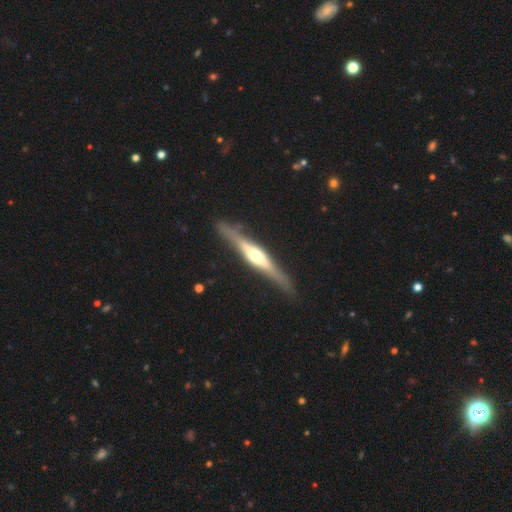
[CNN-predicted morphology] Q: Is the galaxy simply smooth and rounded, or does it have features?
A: featured or disk — 76%.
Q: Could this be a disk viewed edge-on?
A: yes — 96%.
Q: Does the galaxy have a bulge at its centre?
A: rounded — 84%.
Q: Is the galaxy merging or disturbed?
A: none — 85%.